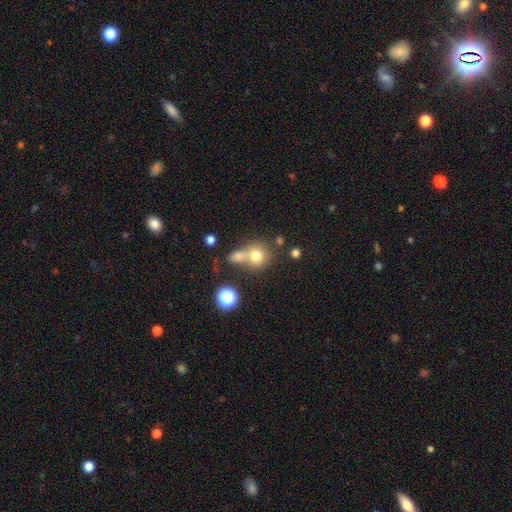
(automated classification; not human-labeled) Smooth or featured: smooth — 74% (star or artifact — 14%)
How rounded: round — 82% (in between — 17%)
Merging: none — 44% (merger — 40%)